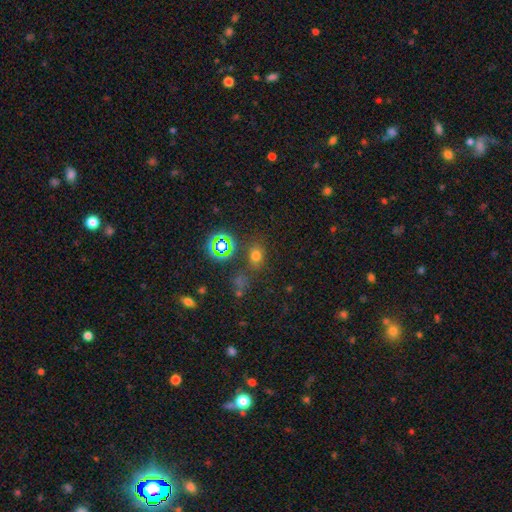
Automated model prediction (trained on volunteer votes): Overall: smooth (64%; star or artifact 28%). How rounded: round (50%; in between 48%). Merging: none (75%).